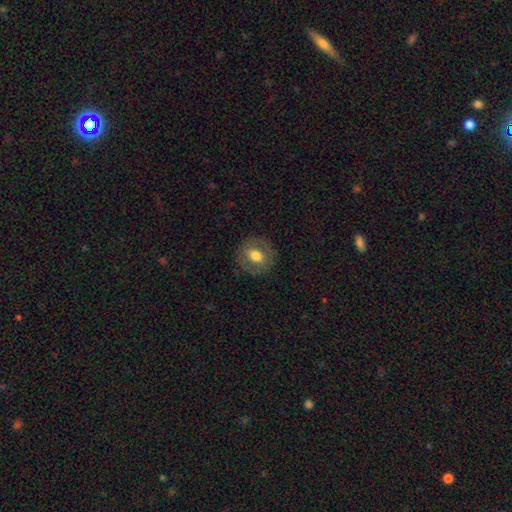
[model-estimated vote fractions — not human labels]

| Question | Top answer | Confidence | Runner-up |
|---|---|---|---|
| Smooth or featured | smooth | 64% | featured or disk (27%) |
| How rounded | round | 83% | in between (16%) |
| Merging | none | 85% | minor disturbance (10%) |